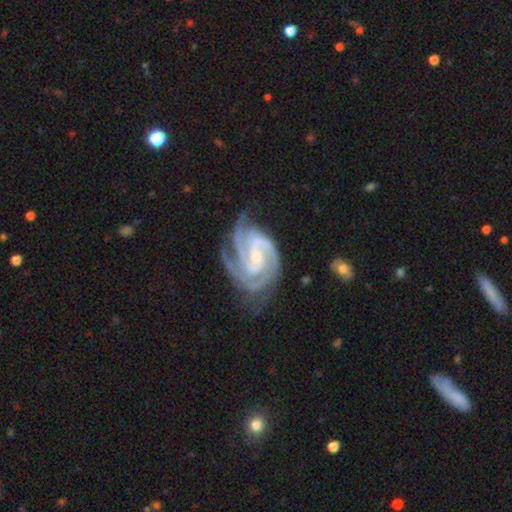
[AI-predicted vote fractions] A featured or disk galaxy (93%) with a weak bar (44%), 3 (49%) tight (62%) spiral arms (99%) and a small central bulge (59%). Merging: none (65%).